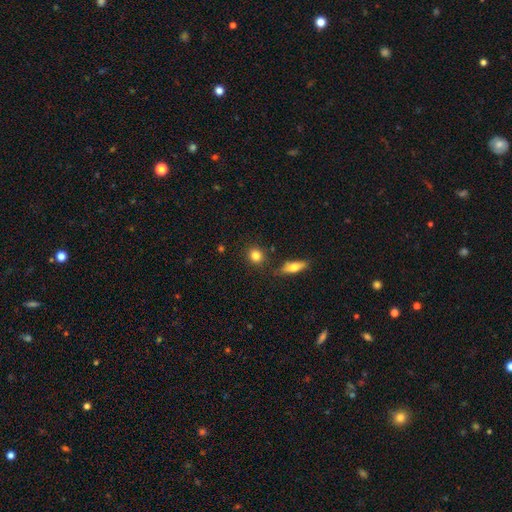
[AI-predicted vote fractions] Smooth or featured?
  - smooth: 83% *
  - star or artifact: 9%
  - featured or disk: 7%
How rounded?
  - round: 81% *
  - in between: 17%
  - cigar-shaped: 2%
Merging?
  - none: 83% *
  - minor disturbance: 9%
  - merger: 6%
  - major disturbance: 3%